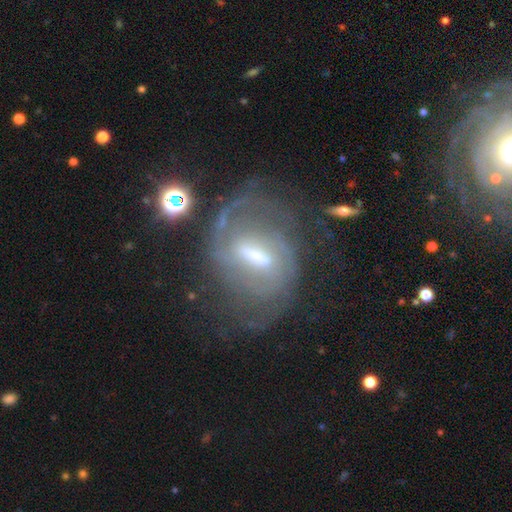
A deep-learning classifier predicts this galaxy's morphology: Smooth or featured?
  - featured or disk: 85% *
  - smooth: 8%
  - star or artifact: 7%
Edge-on disk?
  - no: 95% *
  - yes: 5%
Bar?
  - strong: 46% *
  - weak: 44%
  - no: 10%
Spiral arms?
  - yes: 92% *
  - no: 8%
Spiral winding?
  - medium: 46% *
  - tight: 37%
  - loose: 17%
Spiral arm count?
  - 2: 63% *
  - can't tell: 18%
  - 3: 7%
  - 1: 4%
  - 4: 4%
  - more than 4: 3%
Bulge size?
  - moderate: 47% *
  - small: 33%
  - large: 10%
  - none: 8%
  - dominant: 2%
Merging?
  - none: 59% *
  - minor disturbance: 19%
  - major disturbance: 17%
  - merger: 4%